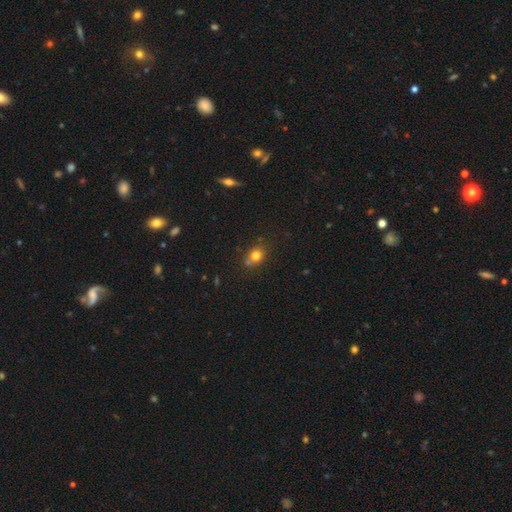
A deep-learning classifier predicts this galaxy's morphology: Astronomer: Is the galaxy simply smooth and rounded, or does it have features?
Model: smooth — 77%.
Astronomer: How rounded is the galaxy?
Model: round — 67%.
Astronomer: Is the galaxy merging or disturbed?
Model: none — 64%.